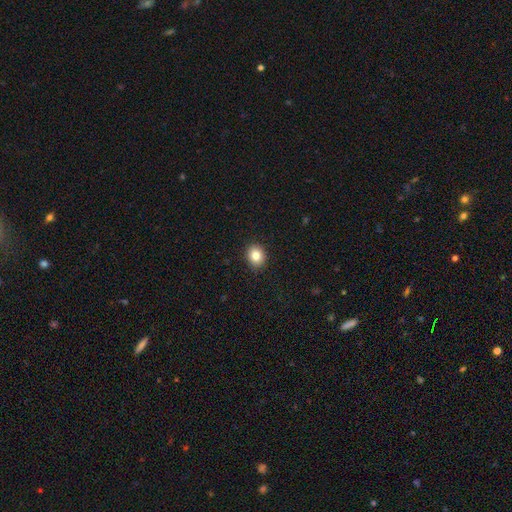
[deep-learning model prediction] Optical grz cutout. It shows a smooth galaxy with no disk features (83%) that is round (69%). Merging: none (90%).